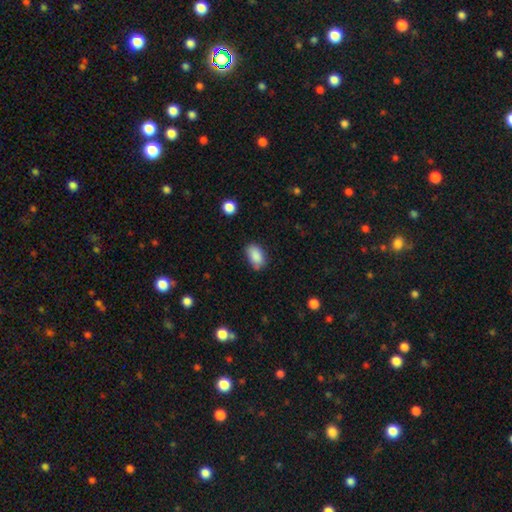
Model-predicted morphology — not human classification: A smooth galaxy with no disk features (87%) that is in between round and cigar-shaped (90%).

Vote fractions:
- Smooth or featured? smooth: 87% / star or artifact: 8% / featured or disk: 5%
- How rounded? in between: 90% / round: 8% / cigar-shaped: 2%
- Merging? none: 72% / minor disturbance: 21% / major disturbance: 4% / merger: 3%